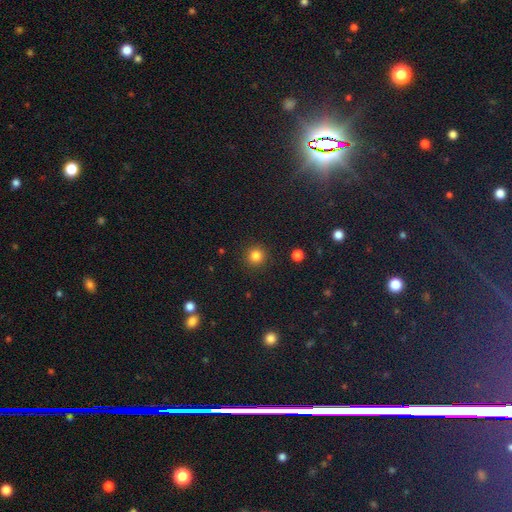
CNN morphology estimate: This appears to be a smooth galaxy with no disk features (83%) that is round (95%). Merging: none (91%).